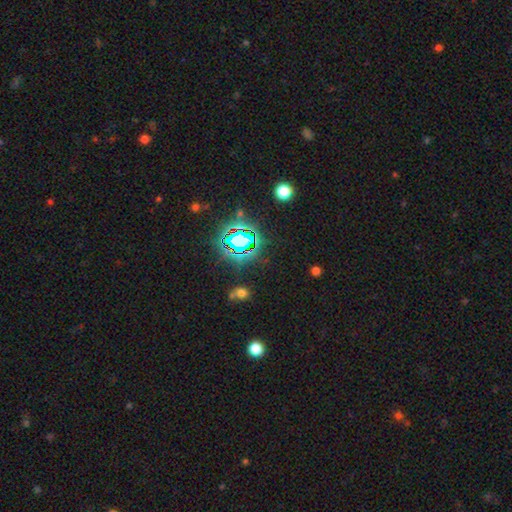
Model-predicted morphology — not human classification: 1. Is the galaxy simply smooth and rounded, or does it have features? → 79% star or artifact, 13% smooth, 8% featured or disk.